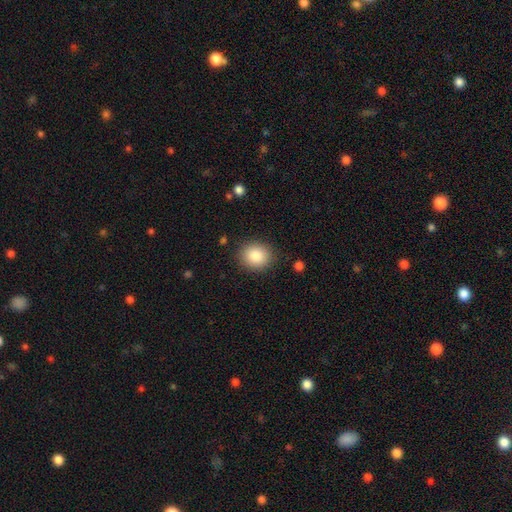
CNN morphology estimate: Smooth or featured?
  - smooth: 85% *
  - star or artifact: 9%
  - featured or disk: 7%
How rounded?
  - round: 76% *
  - in between: 23%
  - cigar-shaped: 1%
Merging?
  - none: 87% *
  - minor disturbance: 8%
  - major disturbance: 3%
  - merger: 1%